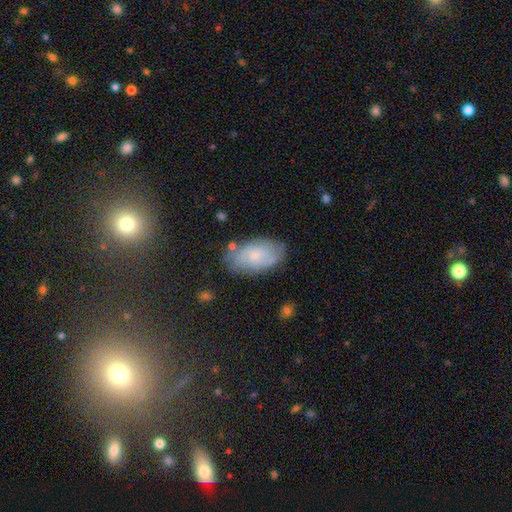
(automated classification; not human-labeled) Overall: smooth (54%; featured or disk 37%). How rounded: in between (93%). Merging: none (73%).